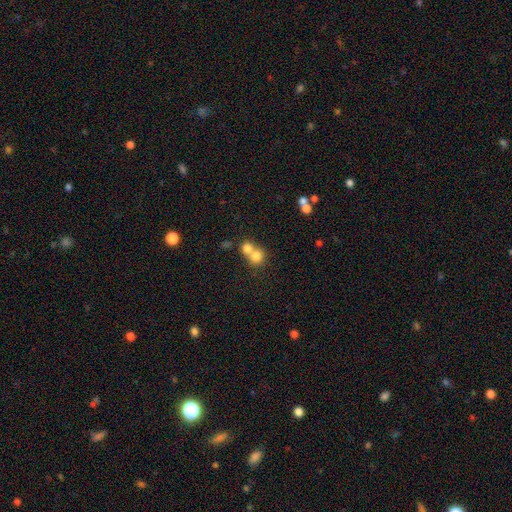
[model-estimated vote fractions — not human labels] Smooth or featured? smooth (75%)
How rounded? round (83%)
Merging? merger (57%)